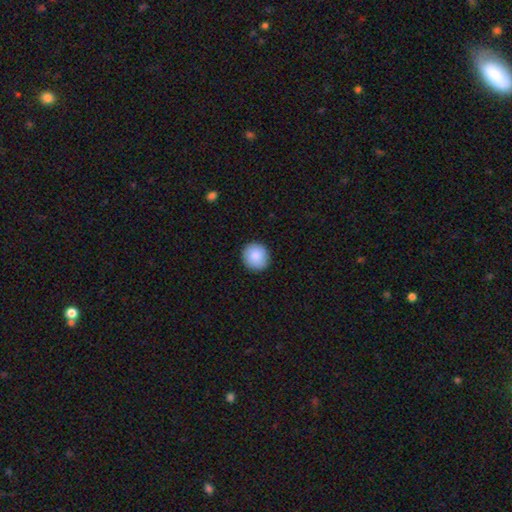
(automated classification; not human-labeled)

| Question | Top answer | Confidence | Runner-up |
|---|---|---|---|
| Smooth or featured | smooth | 87% | star or artifact (7%) |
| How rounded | round | 90% | in between (9%) |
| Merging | none | 90% | minor disturbance (7%) |